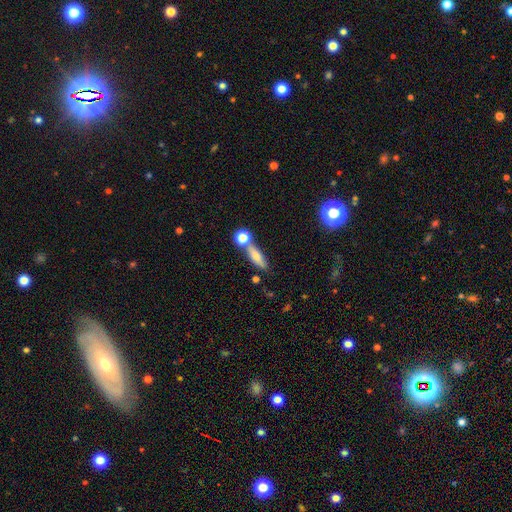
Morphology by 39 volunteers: Smooth or featured?
  - smooth: 69% *
  - featured or disk: 23%
  - star or artifact: 8%
How rounded?
  - cigar-shaped: 52% *
  - in between: 44%
  - round: 4%
Merging?
  - none: 75% *
  - minor disturbance: 11%
  - merger: 11%
  - major disturbance: 3%